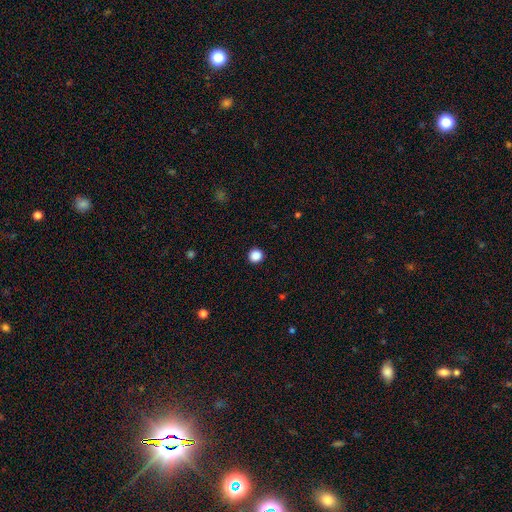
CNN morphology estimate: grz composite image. It shows a smooth galaxy with no disk features (87%) that is round (94%). Merging: none (93%).